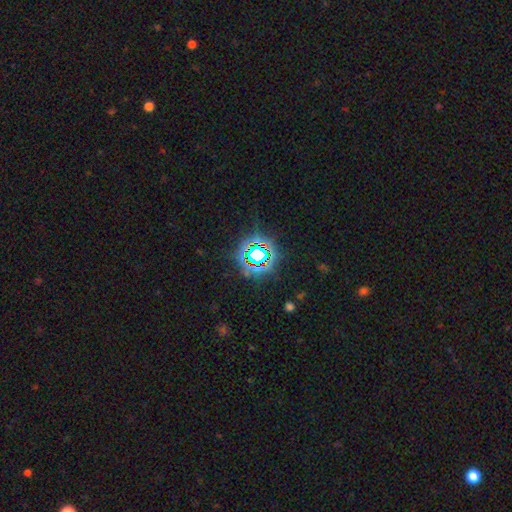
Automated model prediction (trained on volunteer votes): A star or artifact, not a galaxy (74%).

Vote fractions:
- Smooth or featured? star or artifact: 74% / smooth: 15% / featured or disk: 11%